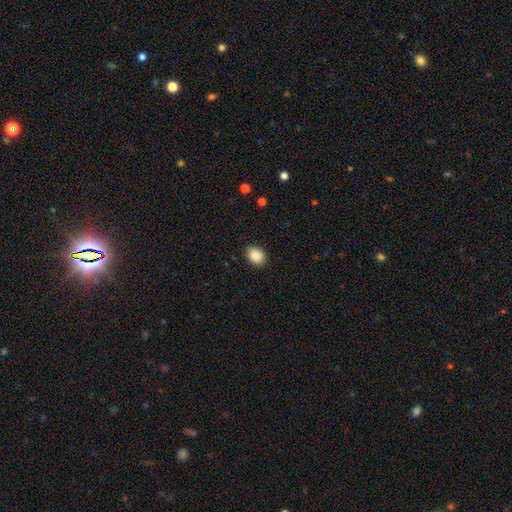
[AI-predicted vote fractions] Smooth or featured? Predicted: smooth (p=0.89). How rounded? Predicted: in between (p=0.55). Merging? Predicted: none (p=0.90).